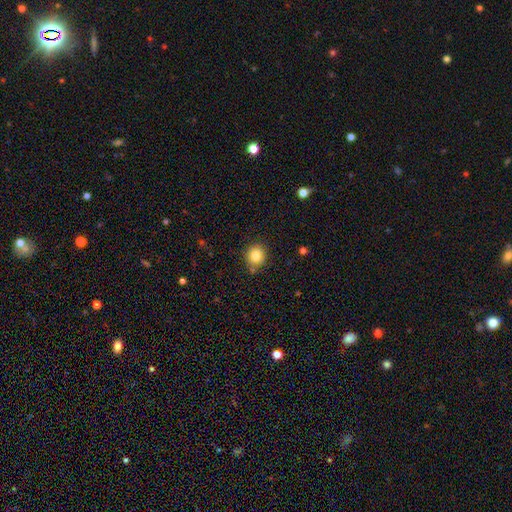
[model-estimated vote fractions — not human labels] Morphology: type=smooth (82%); roundness=round (82%); merging=none (84%).